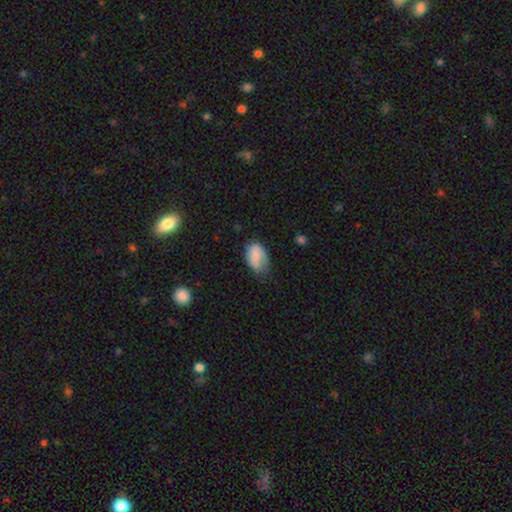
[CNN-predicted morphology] smooth-or-featured: smooth: 68% | featured or disk: 24% | star or artifact: 7%
  how-rounded: in between: 87% | round: 11% | cigar-shaped: 1%
  merging: none: 44% | minor disturbance: 37% | major disturbance: 17% | merger: 2%